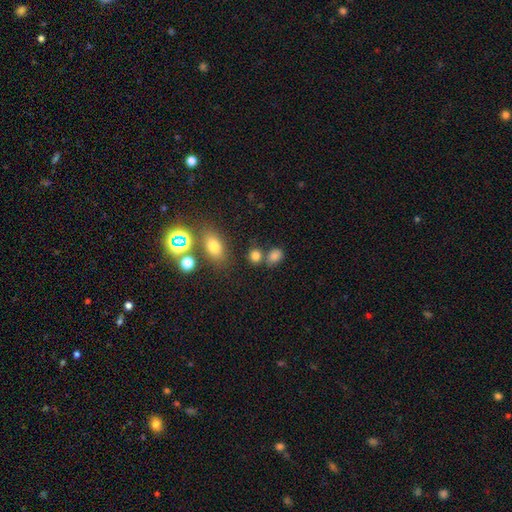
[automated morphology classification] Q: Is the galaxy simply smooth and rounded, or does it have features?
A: smooth — 79%.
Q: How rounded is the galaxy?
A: round — 54%.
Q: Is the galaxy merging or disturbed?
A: none — 63%.